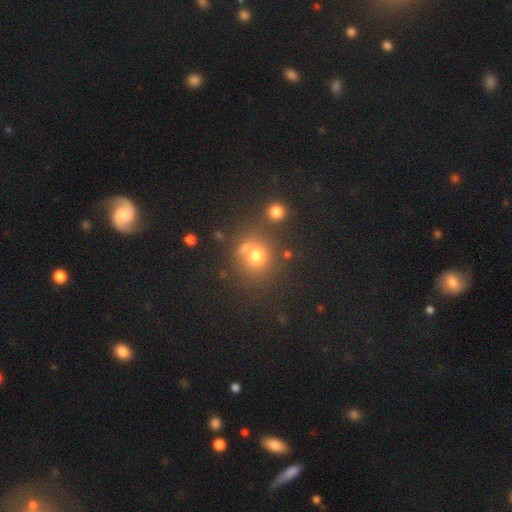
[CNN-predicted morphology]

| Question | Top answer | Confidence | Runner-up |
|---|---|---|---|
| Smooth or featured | smooth | 72% | star or artifact (18%) |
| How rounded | round | 85% | in between (14%) |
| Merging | none | 64% | merger (18%) |